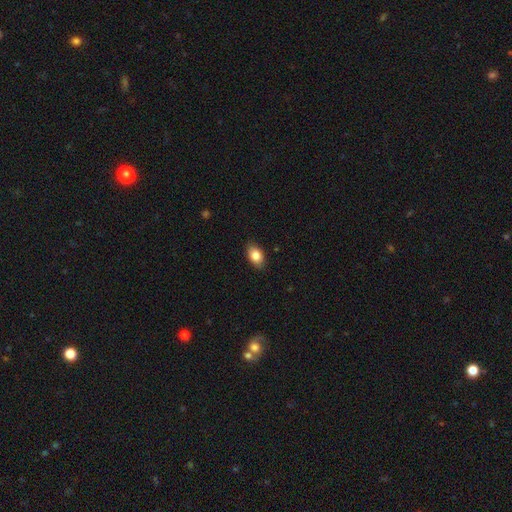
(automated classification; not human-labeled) smooth 84%, featured or disk 9%, star or artifact 7%. Down the decision tree: how rounded — in between (89%); merging — none (87%).